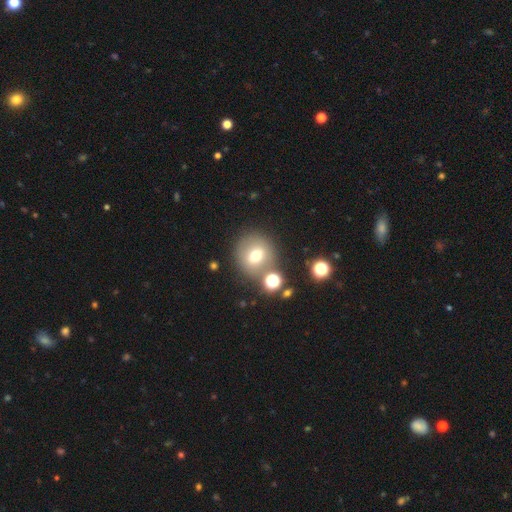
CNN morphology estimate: smooth-or-featured: smooth: 64% | featured or disk: 22% | star or artifact: 14%
  how-rounded: round: 88% | in between: 11% | cigar-shaped: 1%
  merging: none: 75% | minor disturbance: 10% | merger: 10% | major disturbance: 5%